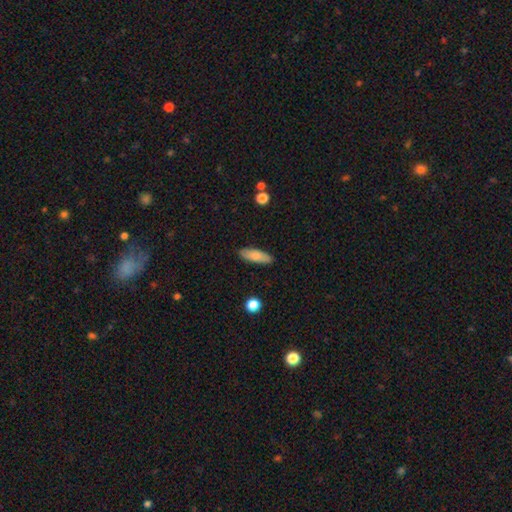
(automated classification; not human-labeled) Morphology: type=smooth (78%); roundness=in between (58%); merging=none (88%).